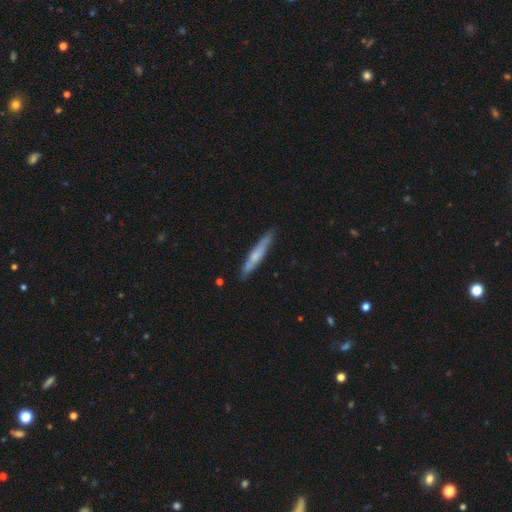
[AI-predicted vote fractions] Smooth or featured?
  - smooth: 51% *
  - featured or disk: 44%
  - star or artifact: 6%
How rounded?
  - cigar-shaped: 94% *
  - in between: 5%
  - round: 1%
Merging?
  - none: 83% *
  - minor disturbance: 13%
  - major disturbance: 2%
  - merger: 2%